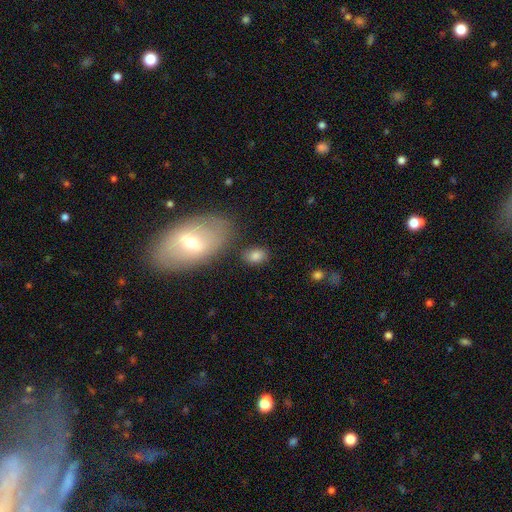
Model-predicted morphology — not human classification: A smooth galaxy with no disk features (81%) that is in between round and cigar-shaped (77%).

Vote fractions:
- Smooth or featured? smooth: 81% / featured or disk: 10% / star or artifact: 9%
- How rounded? in between: 77% / round: 22% / cigar-shaped: 2%
- Merging? none: 73% / minor disturbance: 14% / merger: 7% / major disturbance: 6%